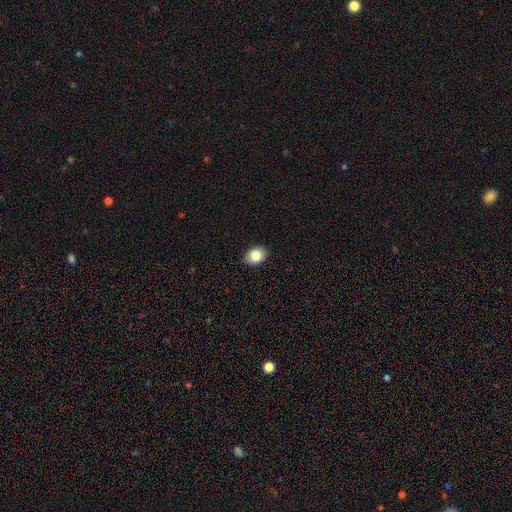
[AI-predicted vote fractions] smooth-or-featured: smooth: 84% | star or artifact: 9% | featured or disk: 8%
  how-rounded: in between: 65% | round: 34% | cigar-shaped: 1%
  merging: none: 89% | minor disturbance: 9% | major disturbance: 2% | merger: 1%